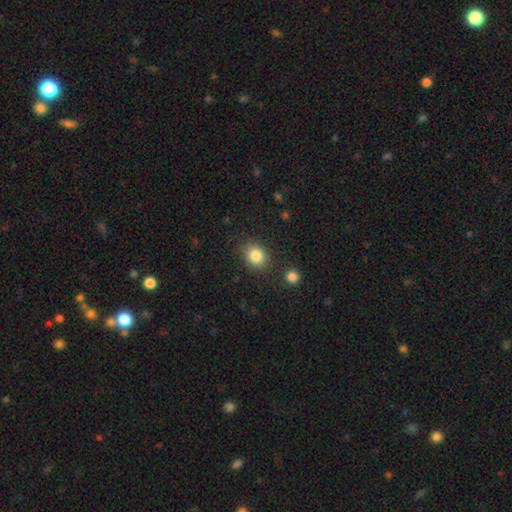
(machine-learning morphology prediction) Smooth or featured? Predicted: smooth (p=0.84). How rounded? Predicted: round (p=0.63). Merging? Predicted: none (p=0.84).